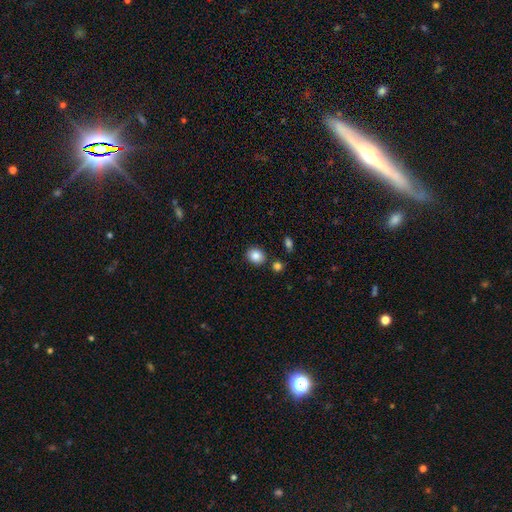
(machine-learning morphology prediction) Overall: smooth (86%). How rounded: round (60%; in between 39%). Merging: none (83%).